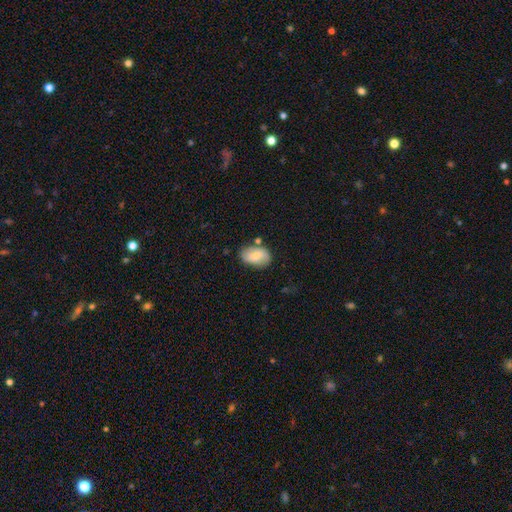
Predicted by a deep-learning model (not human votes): A smooth galaxy with no disk features (72%) that is in between round and cigar-shaped (88%).

Vote fractions:
- Smooth or featured? smooth: 72% / featured or disk: 20% / star or artifact: 7%
- How rounded? in between: 88% / round: 11% / cigar-shaped: 1%
- Merging? none: 67% / minor disturbance: 21% / merger: 7% / major disturbance: 5%